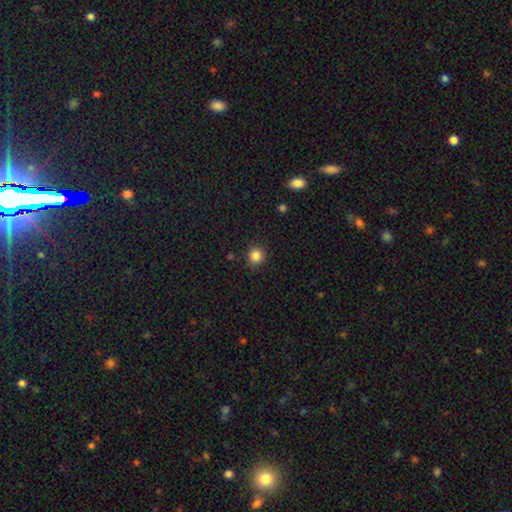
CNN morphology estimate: smooth_or_featured: smooth (p=0.85) [alt: star or artifact p=0.11]
how_rounded: round (p=0.92) [alt: in between p=0.07]
merging: none (p=0.90) [alt: minor disturbance p=0.06]